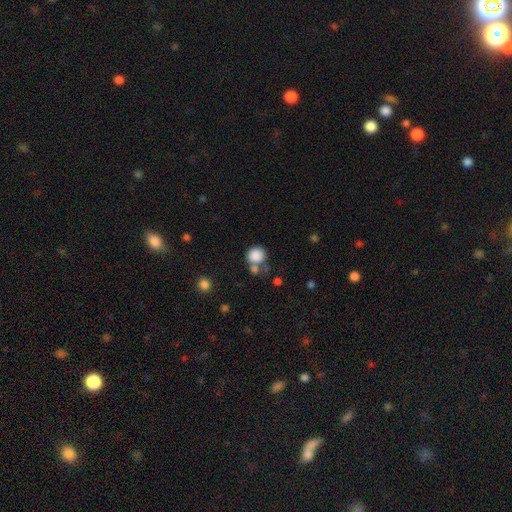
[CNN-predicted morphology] Q: Smooth or featured?
A: smooth (86%); runner-up: star or artifact (9%)
Q: How rounded?
A: round (88%); runner-up: in between (11%)
Q: Merging?
A: none (57%); runner-up: merger (24%)